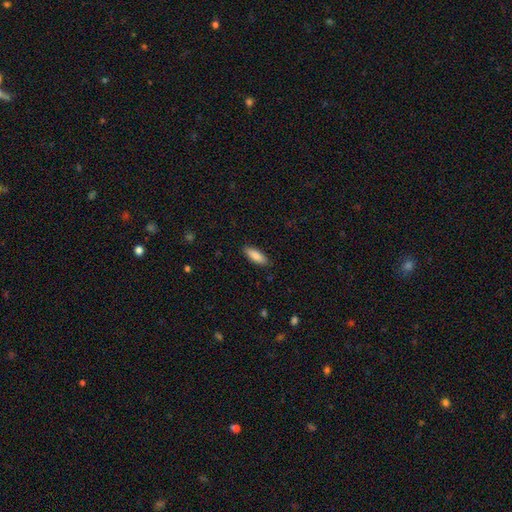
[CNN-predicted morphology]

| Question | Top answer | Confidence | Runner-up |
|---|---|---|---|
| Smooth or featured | smooth | 85% | featured or disk (9%) |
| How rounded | in between | 62% | cigar-shaped (37%) |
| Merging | none | 87% | minor disturbance (10%) |